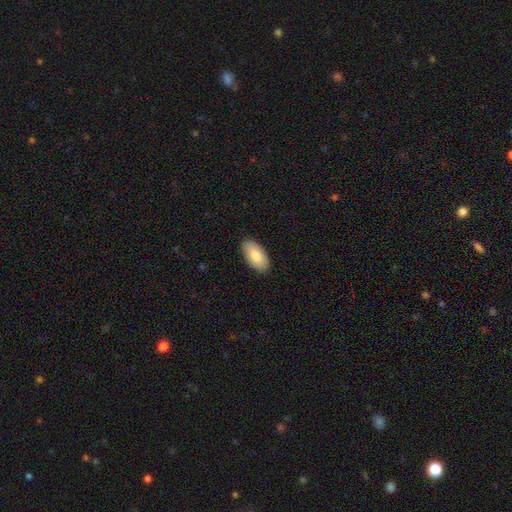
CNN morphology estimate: Overall: smooth (82%). How rounded: in between (95%). Merging: none (89%).